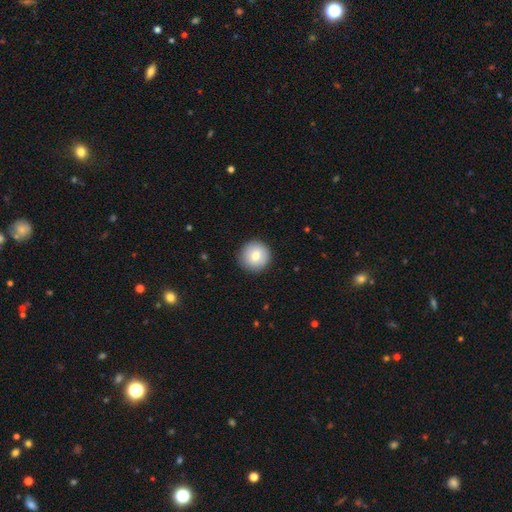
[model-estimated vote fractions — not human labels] Overall: smooth (78%). How rounded: round (95%). Merging: none (90%).